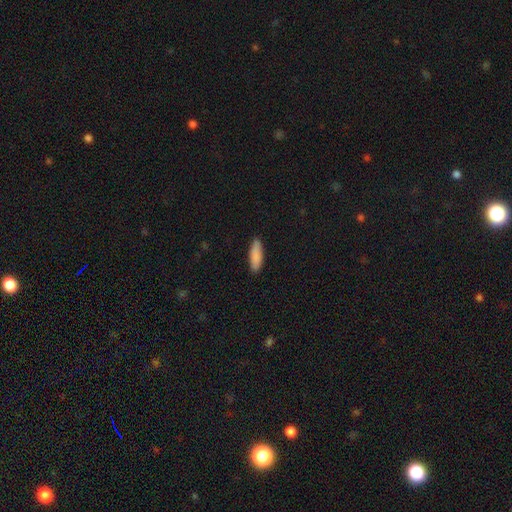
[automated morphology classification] Q: Smooth or featured?
A: smooth (87%); runner-up: featured or disk (7%)
Q: How rounded?
A: cigar-shaped (51%); runner-up: in between (47%)
Q: Merging?
A: none (87%); runner-up: minor disturbance (10%)